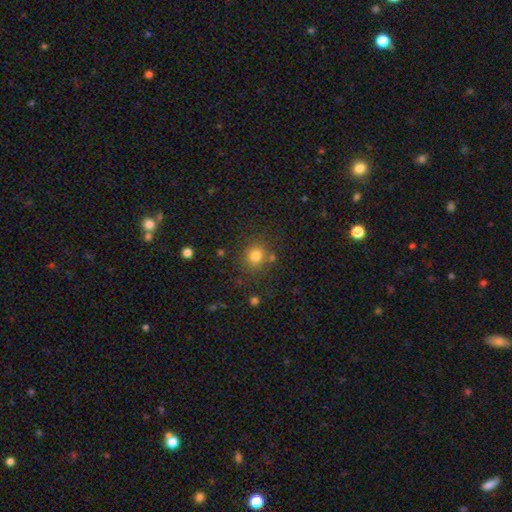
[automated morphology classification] Smooth or featured? Predicted: smooth (p=0.78). How rounded? Predicted: round (p=0.81). Merging? Predicted: none (p=0.79).